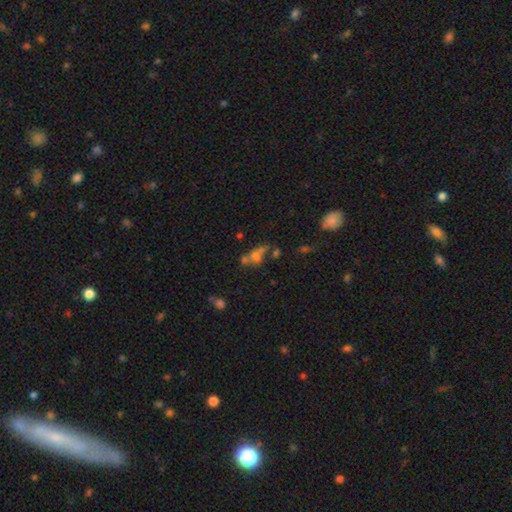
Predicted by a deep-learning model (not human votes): This is possibly a smooth galaxy (48%). Merging: marginally merger (43%).